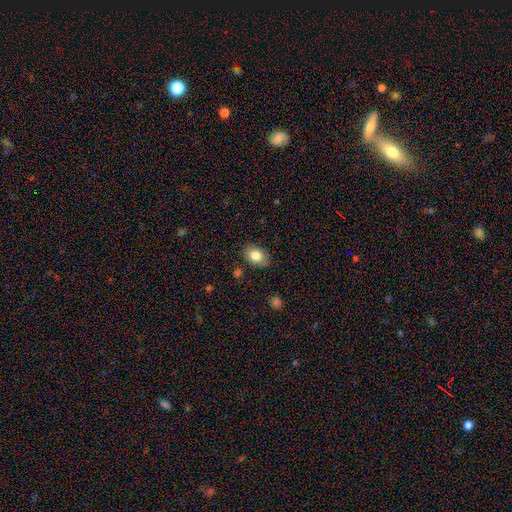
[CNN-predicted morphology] type=smooth (81%); roundness=in between (81%); merging=none (84%).